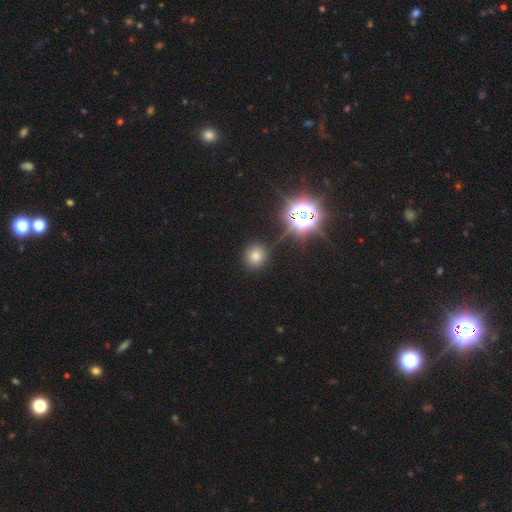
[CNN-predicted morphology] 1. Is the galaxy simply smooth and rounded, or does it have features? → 63% smooth, 29% star or artifact, 9% featured or disk.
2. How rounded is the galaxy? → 89% round, 10% in between, 1% cigar-shaped.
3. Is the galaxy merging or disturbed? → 85% none, 9% minor disturbance, 3% major disturbance, 3% merger.